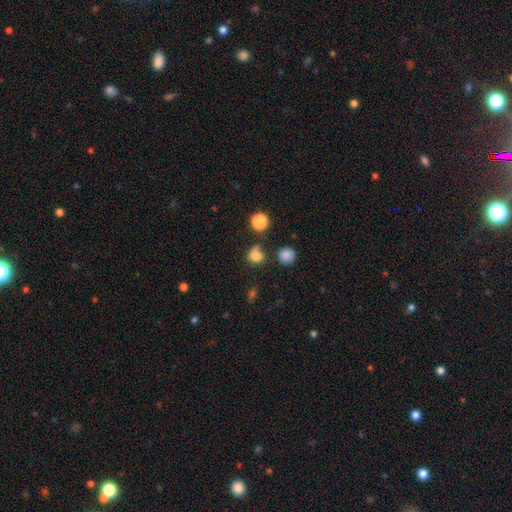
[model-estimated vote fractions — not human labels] Smooth or featured? Predicted: smooth (p=0.75). How rounded? Predicted: round (p=0.66). Merging? Predicted: none (p=0.52).